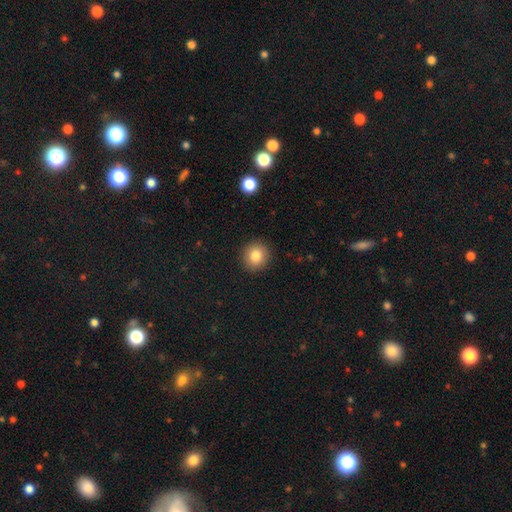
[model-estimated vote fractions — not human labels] This is clearly a smooth galaxy (83%). How rounded: clearly round (91%). Merging: clearly none (91%).